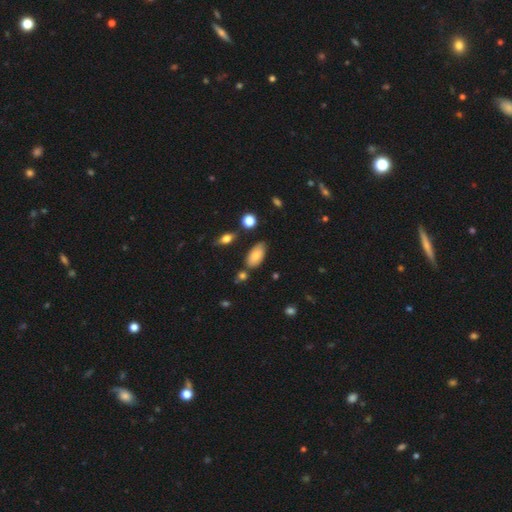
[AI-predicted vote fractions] Smooth or featured: smooth — 79% (featured or disk — 13%)
How rounded: in between — 92% (cigar-shaped — 5%)
Merging: none — 68% (minor disturbance — 23%)